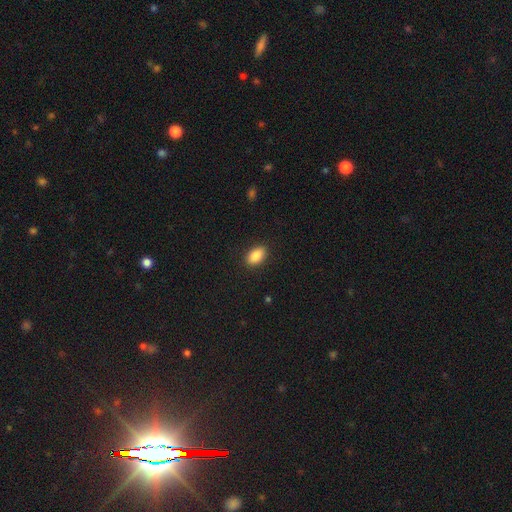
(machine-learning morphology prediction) Q: Smooth or featured?
A: smooth (88%); runner-up: star or artifact (7%)
Q: How rounded?
A: in between (91%); runner-up: round (7%)
Q: Merging?
A: none (89%); runner-up: minor disturbance (8%)